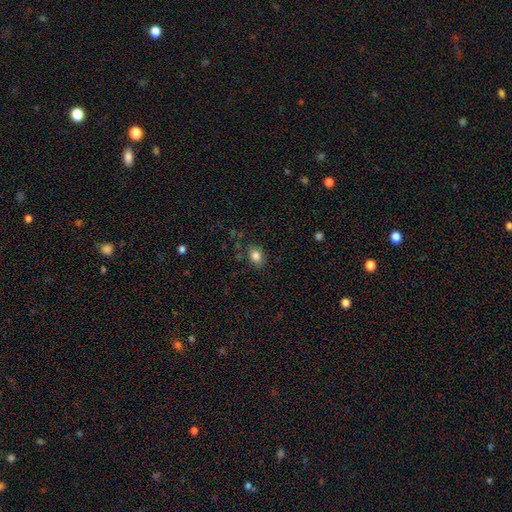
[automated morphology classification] Q: Smooth or featured?
A: smooth (83%); runner-up: star or artifact (10%)
Q: How rounded?
A: in between (64%); runner-up: round (35%)
Q: Merging?
A: none (81%); runner-up: minor disturbance (13%)